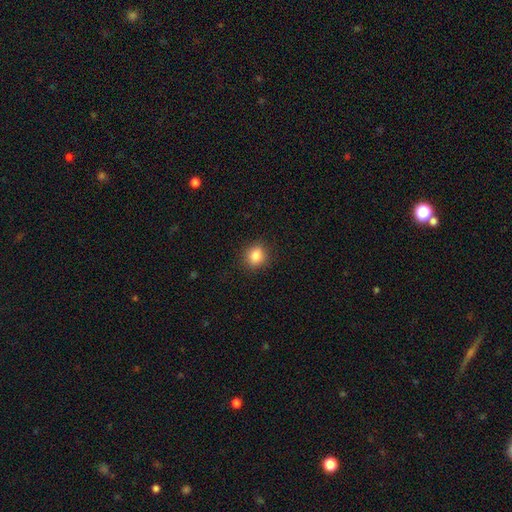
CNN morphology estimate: A smooth galaxy with no disk features (84%) that is round (75%). Merging: none (89%).